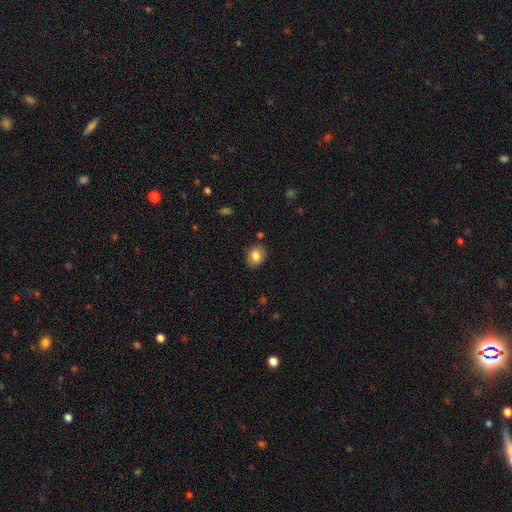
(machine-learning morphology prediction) The model was most divided on "how rounded": in between: 65%, round: 34%, cigar-shaped: 1%. More confident: merging — none (83%); smooth or featured — smooth (81%).